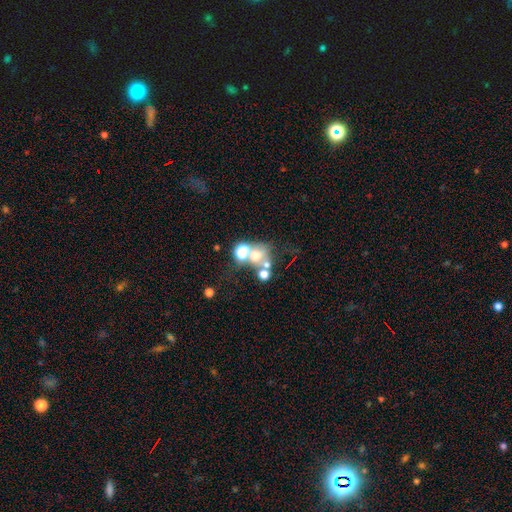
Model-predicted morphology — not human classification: type=smooth (52%); roundness=round (69%); merging=merger (47%).